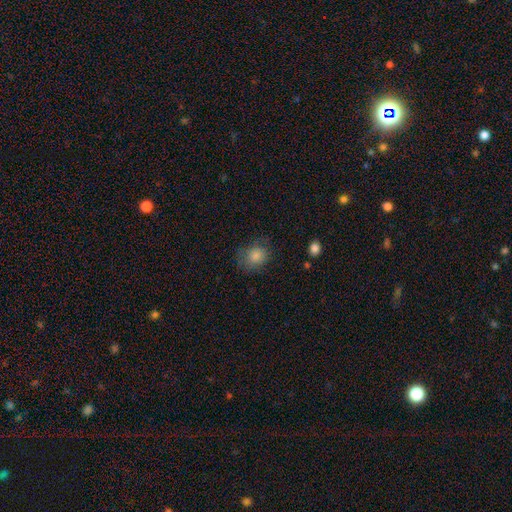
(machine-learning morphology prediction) Smooth or featured: smooth — 83% (star or artifact — 9%)
How rounded: round — 67% (in between — 32%)
Merging: none — 70% (minor disturbance — 21%)